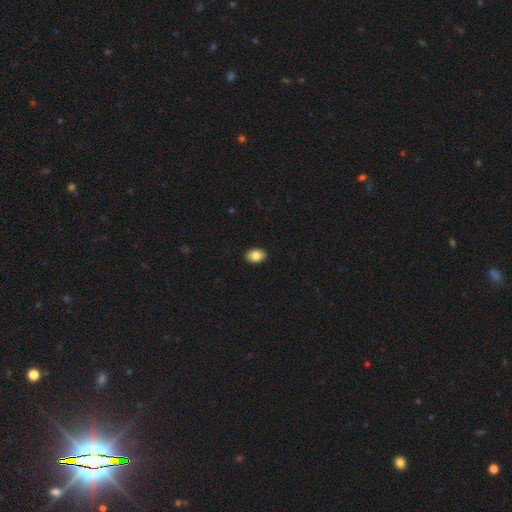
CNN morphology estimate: smooth_or_featured: smooth (p=0.84) [alt: featured or disk p=0.08]
how_rounded: in between (p=0.79) [alt: round p=0.20]
merging: none (p=0.91) [alt: minor disturbance p=0.06]